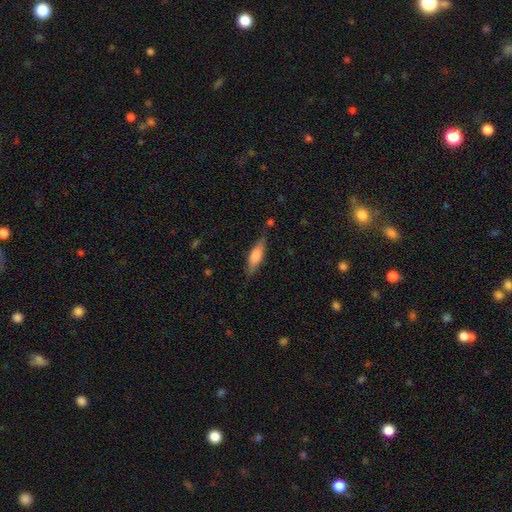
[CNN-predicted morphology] smooth 68%, featured or disk 26%, star or artifact 6%. Down the decision tree: how rounded — cigar-shaped (53%); merging — none (79%).